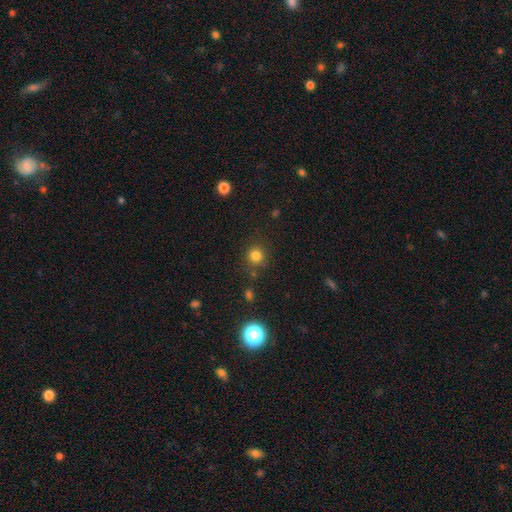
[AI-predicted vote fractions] Smooth or featured: smooth — 80% (star or artifact — 15%)
How rounded: round — 92% (in between — 8%)
Merging: none — 83% (minor disturbance — 9%)